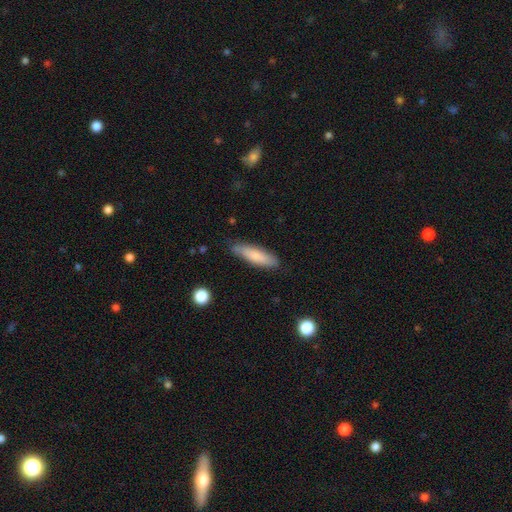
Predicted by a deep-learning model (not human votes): Smooth or featured: smooth — 77% (featured or disk — 17%)
How rounded: cigar-shaped — 69% (in between — 29%)
Merging: none — 82% (minor disturbance — 14%)